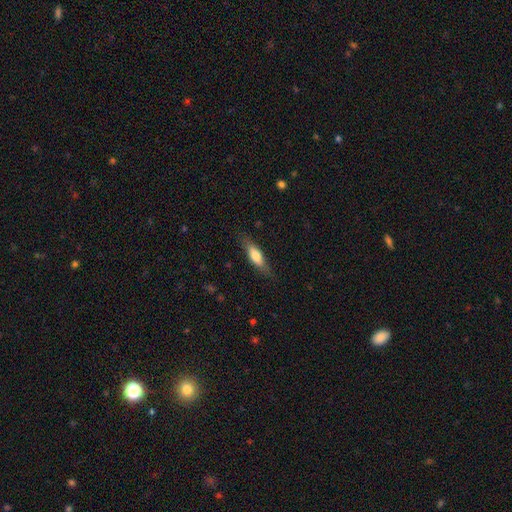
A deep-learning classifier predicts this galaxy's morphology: type=smooth (66%); roundness=cigar-shaped (51%); merging=none (78%).